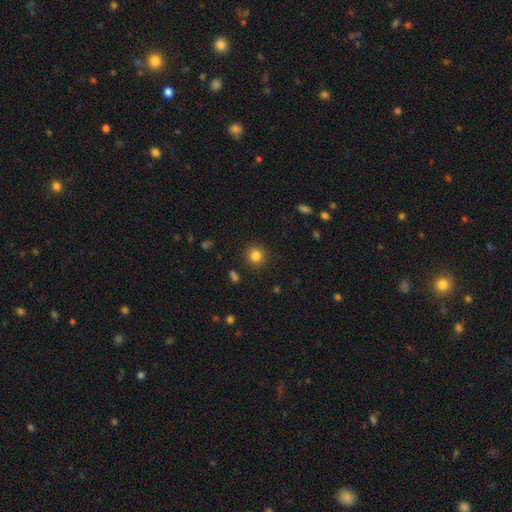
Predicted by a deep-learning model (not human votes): Smooth or featured? smooth (83%)
How rounded? round (91%)
Merging? none (90%)